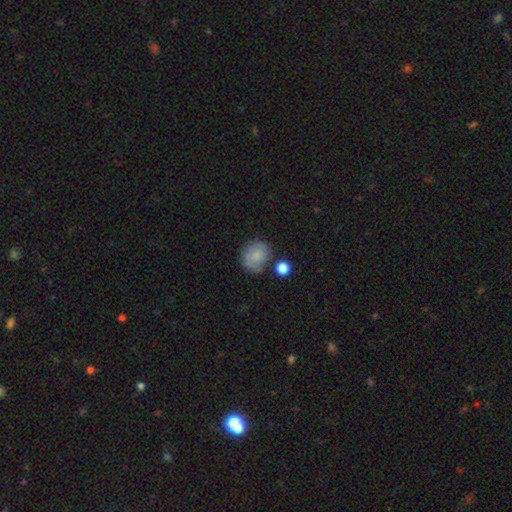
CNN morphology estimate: Smooth or featured?
  - smooth: 73% *
  - featured or disk: 18%
  - star or artifact: 9%
How rounded?
  - round: 65% *
  - in between: 34%
  - cigar-shaped: 1%
Merging?
  - none: 62% *
  - minor disturbance: 22%
  - major disturbance: 8%
  - merger: 8%